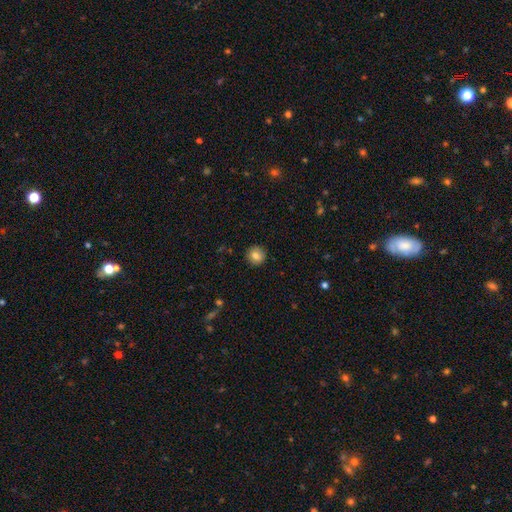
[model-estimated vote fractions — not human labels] smooth 83%, star or artifact 9%, featured or disk 8%. Down the decision tree: how rounded — round (93%); merging — none (91%).